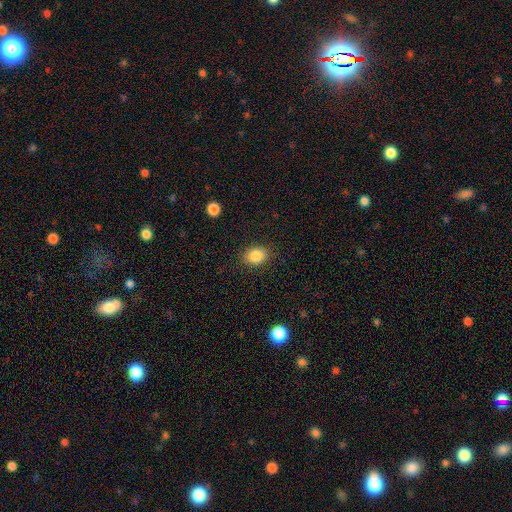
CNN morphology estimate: Smooth or featured: smooth — 85% (star or artifact — 9%)
How rounded: in between — 59% (round — 40%)
Merging: none — 86% (minor disturbance — 10%)